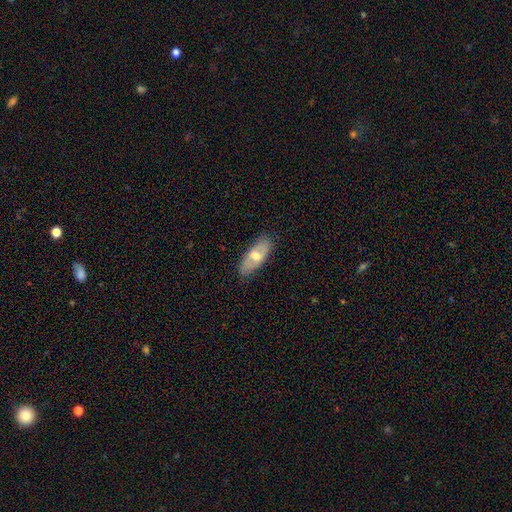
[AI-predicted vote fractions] This is possibly a smooth galaxy (54%). How rounded: clearly in between (80%). Merging: clearly none (82%).